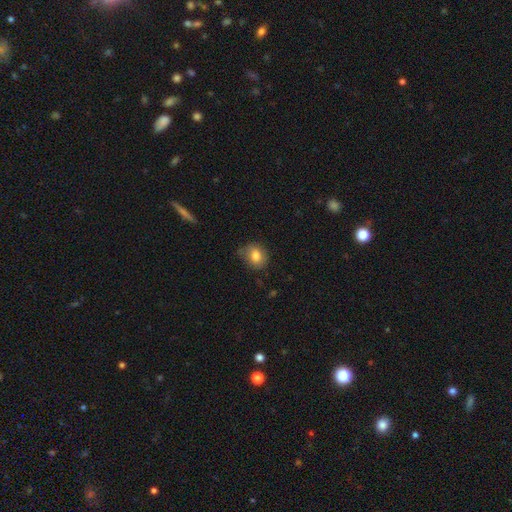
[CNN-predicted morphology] smooth 80%, featured or disk 11%, star or artifact 9%. Down the decision tree: how rounded — round (52%); merging — none (64%).